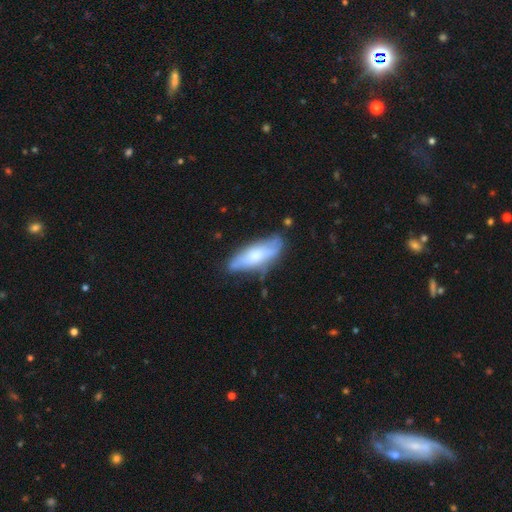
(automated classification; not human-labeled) Smooth or featured? Predicted: smooth (p=0.52). How rounded? Predicted: in between (p=0.59). Merging? Predicted: none (p=0.63).